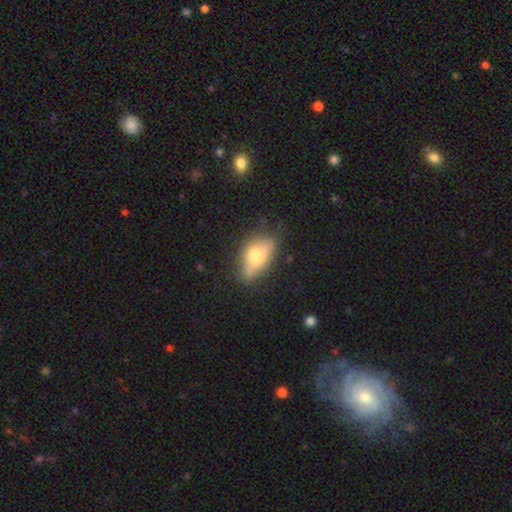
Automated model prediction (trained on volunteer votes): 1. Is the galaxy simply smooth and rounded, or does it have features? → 51% smooth, 41% featured or disk, 8% star or artifact.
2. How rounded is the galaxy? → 81% in between, 14% cigar-shaped, 5% round.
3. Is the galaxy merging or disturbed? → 63% none, 25% minor disturbance, 8% major disturbance, 4% merger.